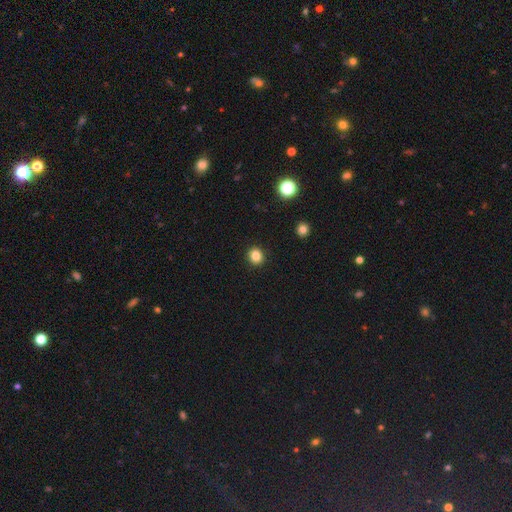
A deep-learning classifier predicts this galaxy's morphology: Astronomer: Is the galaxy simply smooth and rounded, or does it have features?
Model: smooth — 83%.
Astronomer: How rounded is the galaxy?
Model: round — 87%.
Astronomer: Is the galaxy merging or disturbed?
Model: none — 92%.